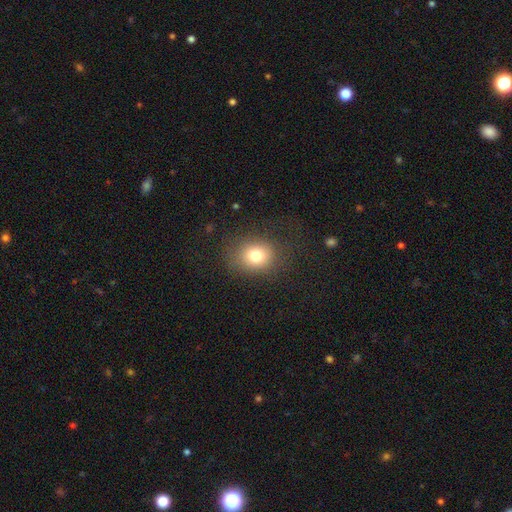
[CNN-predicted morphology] Q: Smooth or featured?
A: smooth (77%); runner-up: star or artifact (13%)
Q: How rounded?
A: round (63%); runner-up: in between (37%)
Q: Merging?
A: none (79%); runner-up: minor disturbance (12%)